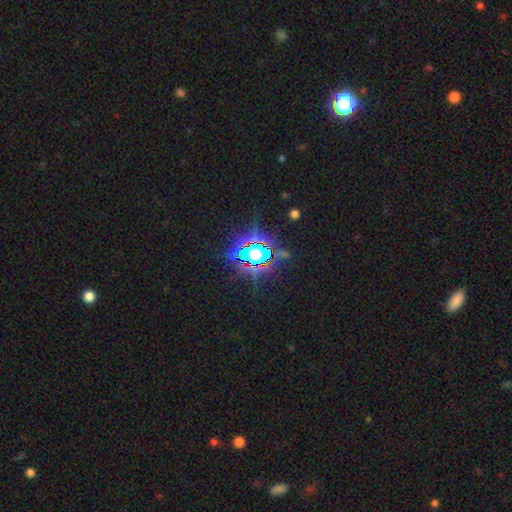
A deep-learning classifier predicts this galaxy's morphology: The model was most divided on "smooth or featured": star or artifact: 78%, smooth: 12%, featured or disk: 10%.